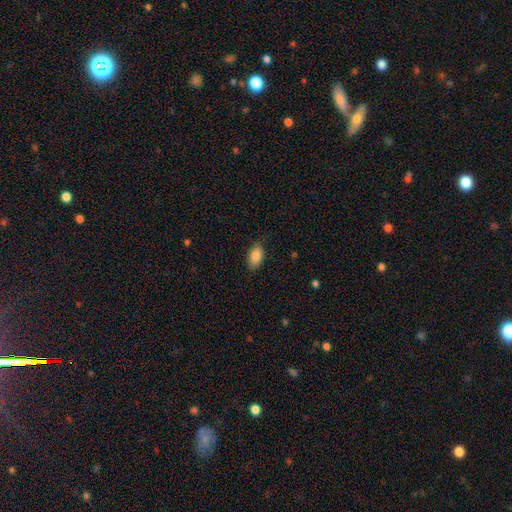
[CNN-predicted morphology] This appears to be a smooth galaxy with no disk features (87%) that is in between round and cigar-shaped (93%). Merging: none (82%).